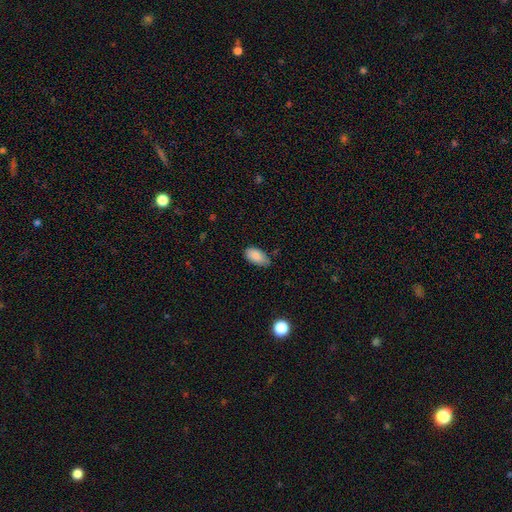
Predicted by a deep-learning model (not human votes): Q: Smooth or featured?
A: smooth (87%); runner-up: star or artifact (7%)
Q: How rounded?
A: in between (94%); runner-up: round (3%)
Q: Merging?
A: none (71%); runner-up: minor disturbance (24%)